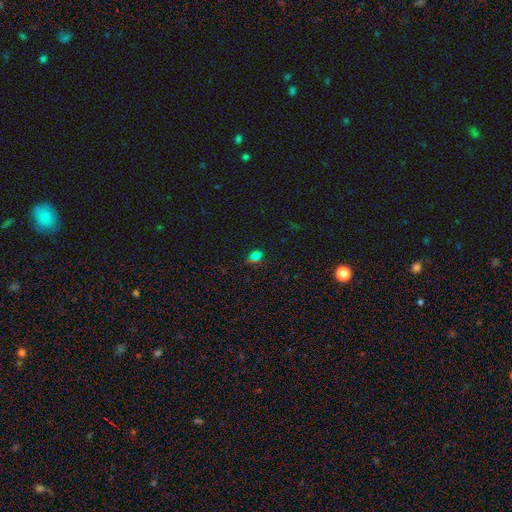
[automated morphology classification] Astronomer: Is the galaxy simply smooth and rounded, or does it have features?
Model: smooth — 61%.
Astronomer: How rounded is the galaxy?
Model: in between — 54% (runner-up: round, 42%).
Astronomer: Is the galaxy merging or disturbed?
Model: none — 60%.